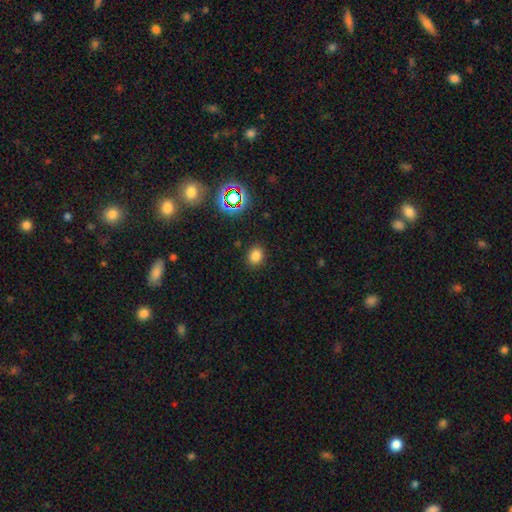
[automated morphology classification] Smooth or featured? Predicted: smooth (p=0.79). How rounded? Predicted: round (p=0.59). Merging? Predicted: none (p=0.88).